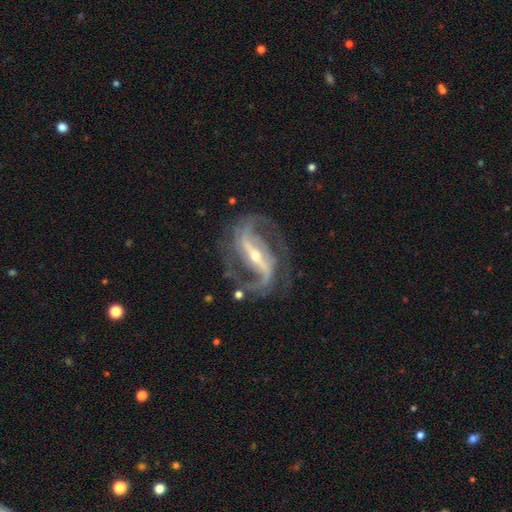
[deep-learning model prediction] smooth_or_featured: featured or disk (p=0.92) [alt: star or artifact p=0.05]
disk_edge_on: no (p=0.95) [alt: yes p=0.05]
bar: strong (p=0.75) [alt: weak p=0.18]
has_spiral_arms: yes (p=0.98) [alt: no p=0.02]
spiral_winding: medium (p=0.53) [alt: loose p=0.29]
spiral_arm_count: 2 (p=0.86) [alt: 3 p=0.06]
bulge_size: small (p=0.59) [alt: moderate p=0.37]
merging: none (p=0.74) [alt: minor disturbance p=0.15]